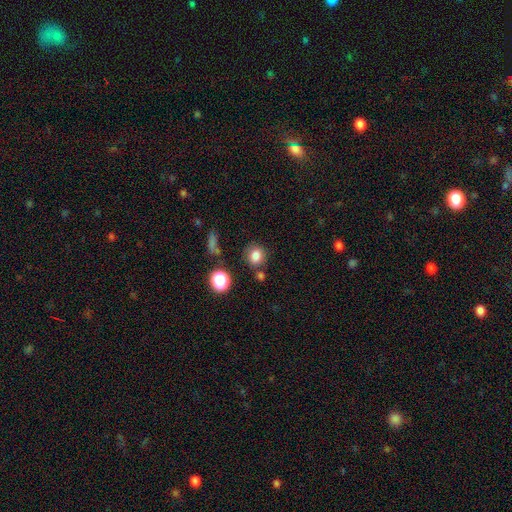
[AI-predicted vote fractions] Smooth or featured? smooth (80%)
How rounded? round (70%)
Merging? none (74%)